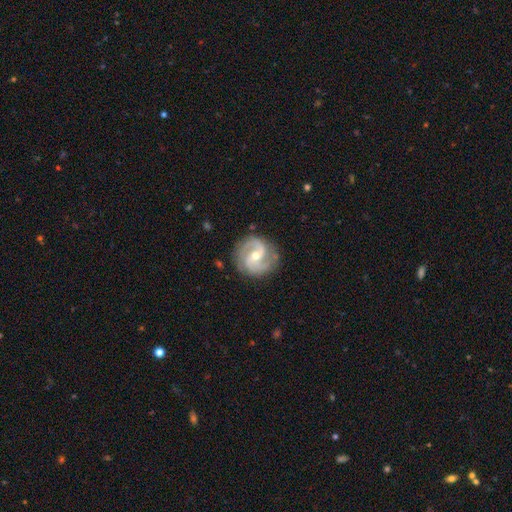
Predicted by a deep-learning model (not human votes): smooth_or_featured: featured or disk (p=0.89) [alt: smooth p=0.06]
disk_edge_on: no (p=0.98) [alt: yes p=0.02]
bar: weak (p=0.44) [alt: no p=0.37]
has_spiral_arms: yes (p=0.97) [alt: no p=0.03]
spiral_winding: medium (p=0.55) [alt: tight p=0.28]
spiral_arm_count: 2 (p=0.83) [alt: 3 p=0.08]
bulge_size: moderate (p=0.55) [alt: small p=0.42]
merging: none (p=0.82) [alt: minor disturbance p=0.12]